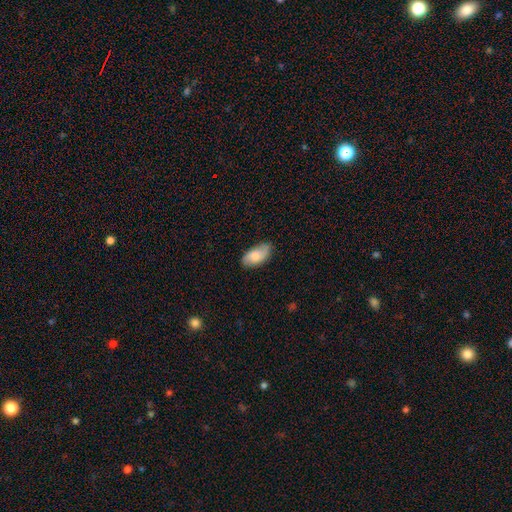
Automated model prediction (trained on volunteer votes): Smooth or featured? smooth (67%)
How rounded? in between (93%)
Merging? none (78%)